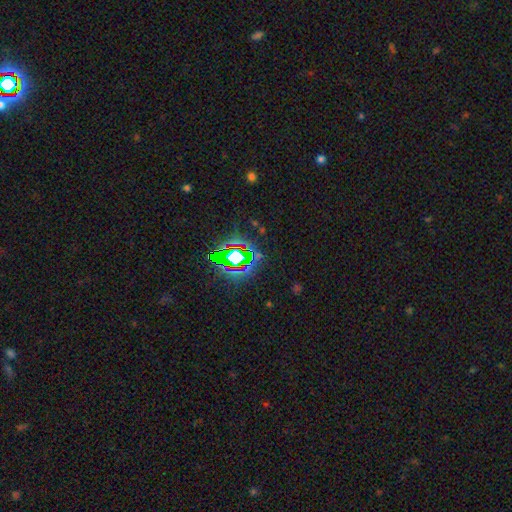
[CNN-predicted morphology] smooth-or-featured: star or artifact: 77% | smooth: 13% | featured or disk: 10%